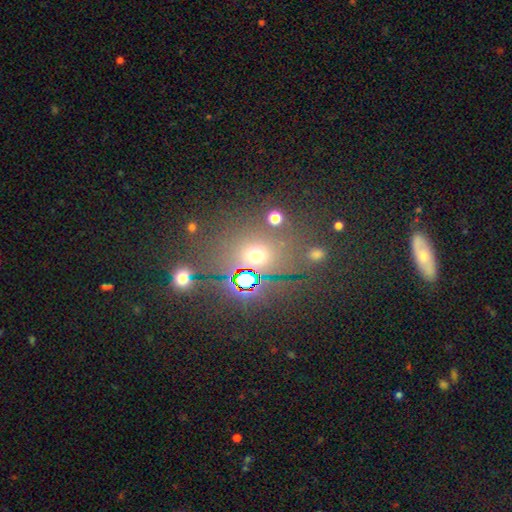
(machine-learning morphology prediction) A smooth galaxy with no disk features (53%) that is round (74%). Merging: none (70%).